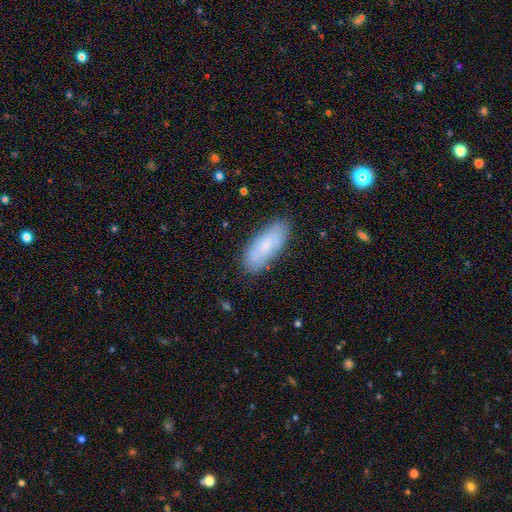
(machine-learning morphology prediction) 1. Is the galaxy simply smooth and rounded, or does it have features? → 73% smooth, 20% featured or disk, 7% star or artifact.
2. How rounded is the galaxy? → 79% in between, 19% cigar-shaped, 2% round.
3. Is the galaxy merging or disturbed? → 79% none, 15% minor disturbance, 4% major disturbance, 2% merger.